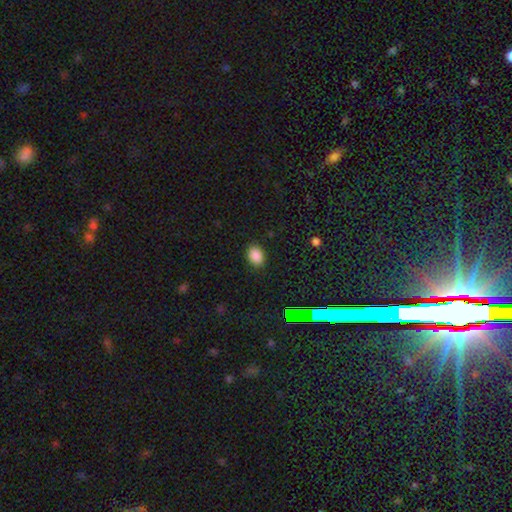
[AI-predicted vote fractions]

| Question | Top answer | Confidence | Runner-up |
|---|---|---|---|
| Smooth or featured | smooth | 86% | star or artifact (11%) |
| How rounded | in between | 75% | round (24%) |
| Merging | none | 88% | minor disturbance (9%) |